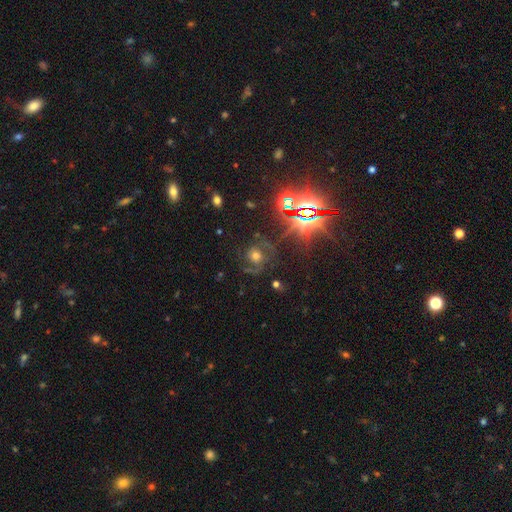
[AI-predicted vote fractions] Smooth or featured? featured or disk (47%)
Merging? none (63%)